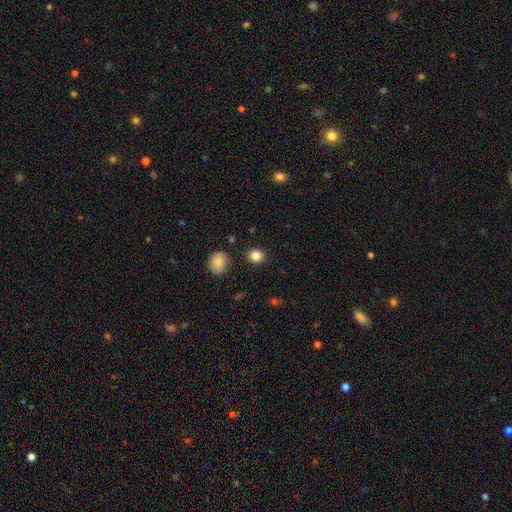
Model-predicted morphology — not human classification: The model was most divided on "how rounded": round: 84%, in between: 15%, cigar-shaped: 1%. More confident: merging — none (90%); smooth or featured — smooth (85%).